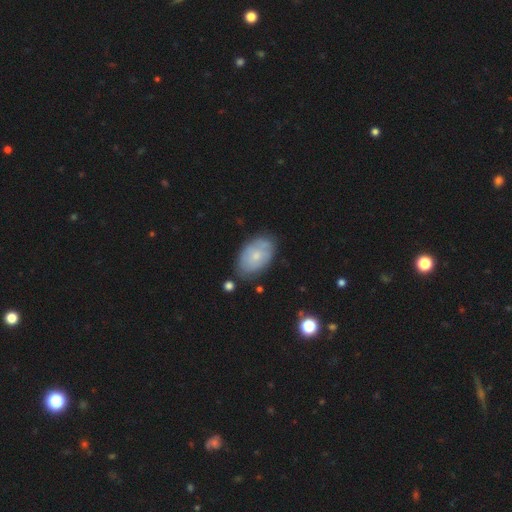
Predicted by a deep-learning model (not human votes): smooth 58%, featured or disk 35%, star or artifact 7%. Down the decision tree: how rounded — in between (90%); merging — none (70%).